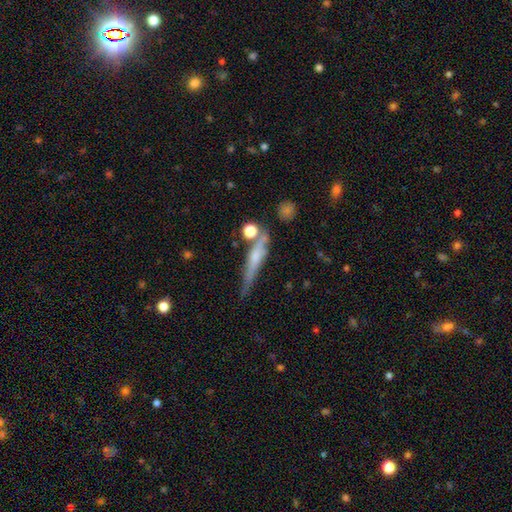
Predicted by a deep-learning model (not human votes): Smooth or featured? Predicted: featured or disk (p=0.51). Edge-on disk? Predicted: yes (p=0.91). Merging? Predicted: none (p=0.61).